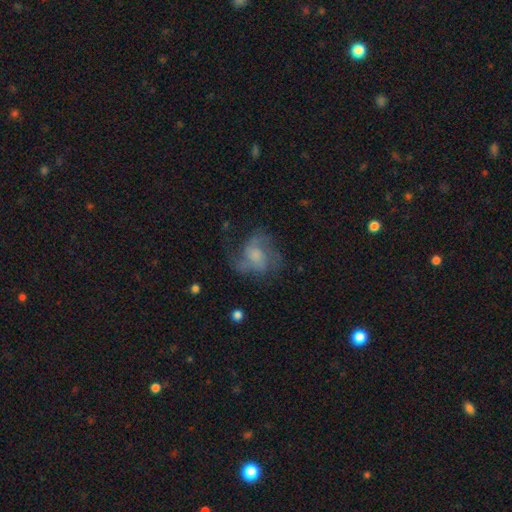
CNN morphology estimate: This is likely a featured or disk galaxy (63%). It is clearly not viewed edge-on (98%). Bar: likely no (69%). Spiral arm pattern: clearly yes (82%). Spiral arm count: marginally 2 (43%). Spiral winding: possibly medium (49%). Central bulge: marginally moderate (35%). Merging: possibly none (51%).